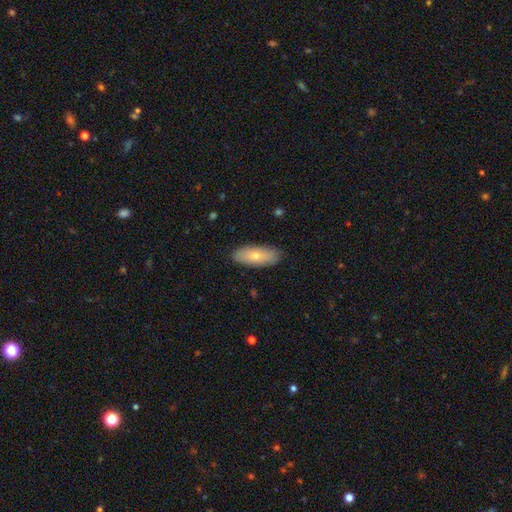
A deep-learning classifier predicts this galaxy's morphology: Smooth or featured? smooth (67%)
How rounded? in between (76%)
Merging? none (89%)